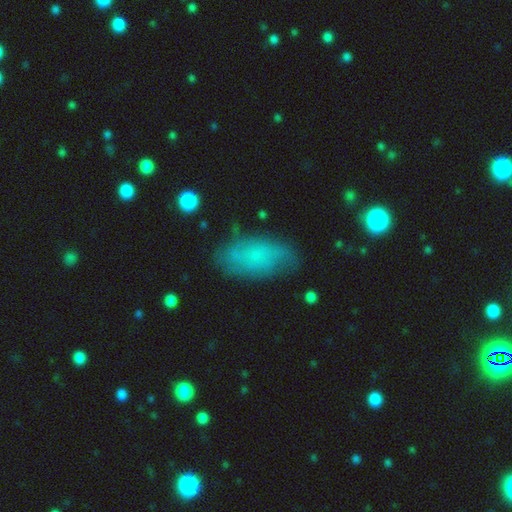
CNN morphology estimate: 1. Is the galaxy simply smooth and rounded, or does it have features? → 51% smooth, 40% featured or disk, 10% star or artifact.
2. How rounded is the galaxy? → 90% in between, 6% cigar-shaped, 4% round.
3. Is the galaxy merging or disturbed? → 74% none, 19% minor disturbance, 6% major disturbance, 2% merger.